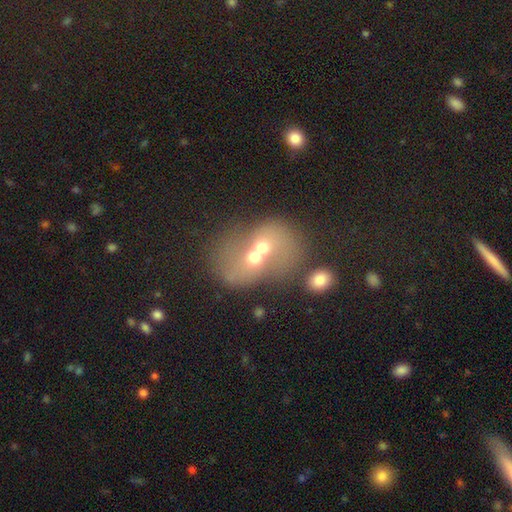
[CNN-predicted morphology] Smooth or featured?
  - smooth: 47% *
  - featured or disk: 39%
  - star or artifact: 14%
Merging?
  - merger: 79% *
  - none: 11%
  - major disturbance: 5%
  - minor disturbance: 5%